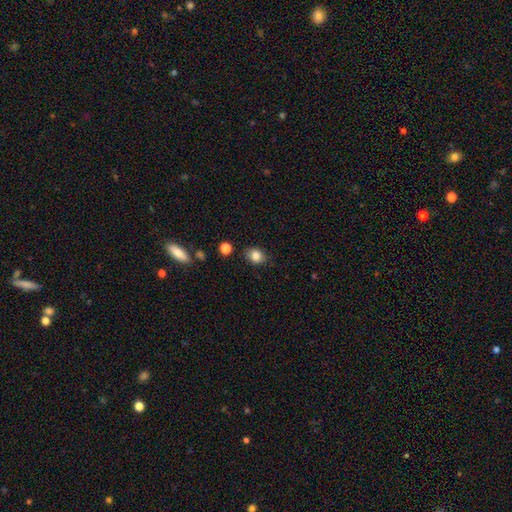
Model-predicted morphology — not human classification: Q: Smooth or featured?
A: smooth (84%); runner-up: star or artifact (11%)
Q: How rounded?
A: round (53%); runner-up: in between (46%)
Q: Merging?
A: none (82%); runner-up: minor disturbance (12%)